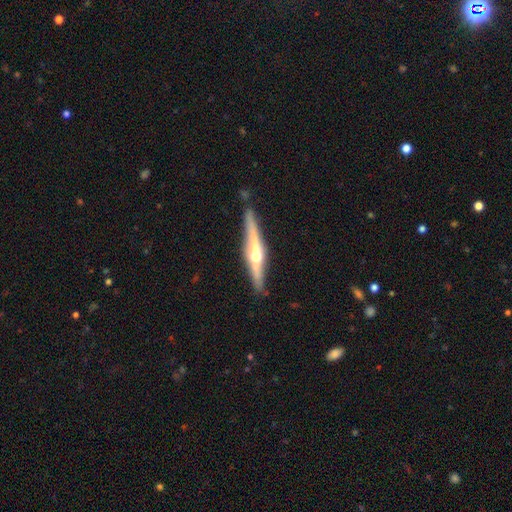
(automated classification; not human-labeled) This is likely a featured or disk galaxy (71%). It is clearly viewed edge-on (96%). Edge-on bulge: clearly rounded (93%). Merging: clearly none (83%).